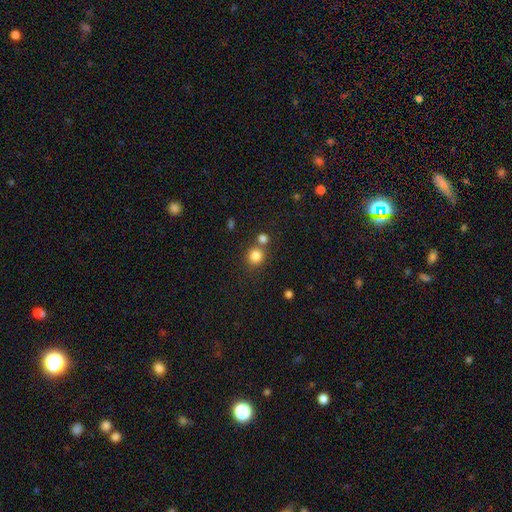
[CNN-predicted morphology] A smooth galaxy with no disk features (83%) that is round (90%). Merging: none (66%).